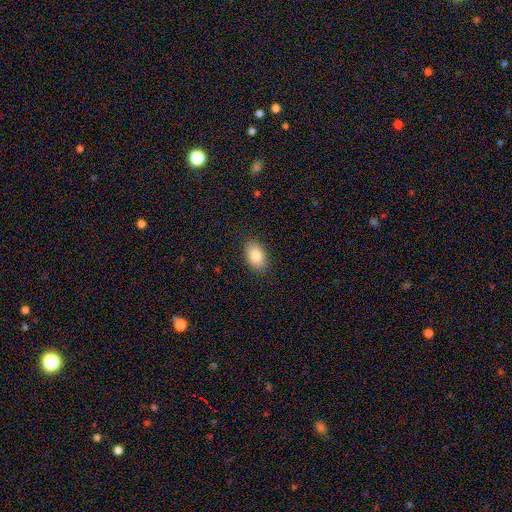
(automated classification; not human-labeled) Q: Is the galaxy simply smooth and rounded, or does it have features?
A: smooth — 84%.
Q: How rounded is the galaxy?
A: in between — 90%.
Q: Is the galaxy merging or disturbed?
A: none — 88%.